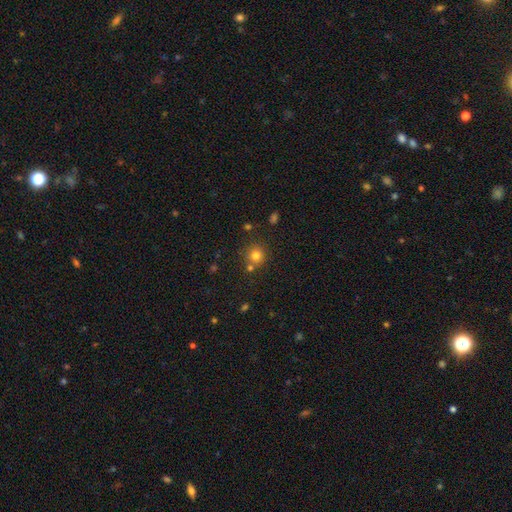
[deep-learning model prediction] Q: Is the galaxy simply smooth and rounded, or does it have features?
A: smooth — 79%.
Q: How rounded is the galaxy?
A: round — 90%.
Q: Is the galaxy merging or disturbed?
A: none — 73%.